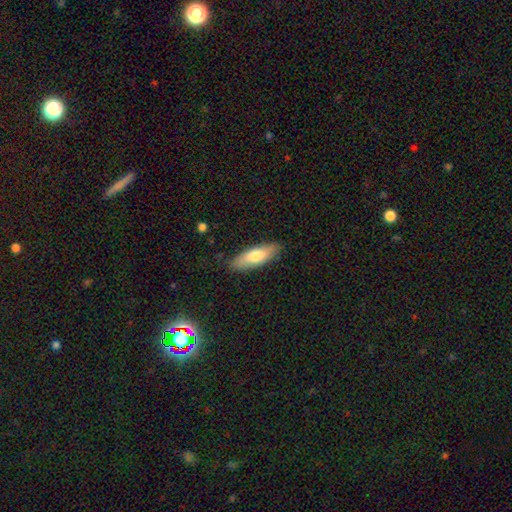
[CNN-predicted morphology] This appears to be a smooth galaxy with no disk features (74%) that is in between round and cigar-shaped (55%). Merging: none (85%).